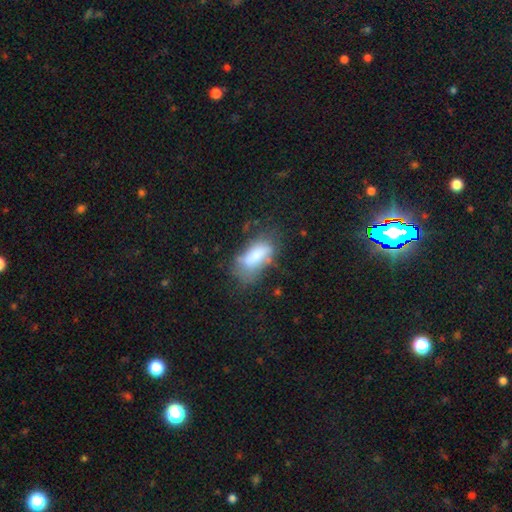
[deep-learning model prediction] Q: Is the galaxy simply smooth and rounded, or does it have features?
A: smooth — 68%.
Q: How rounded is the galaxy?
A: in between — 86%.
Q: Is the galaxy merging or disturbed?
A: none — 43%.